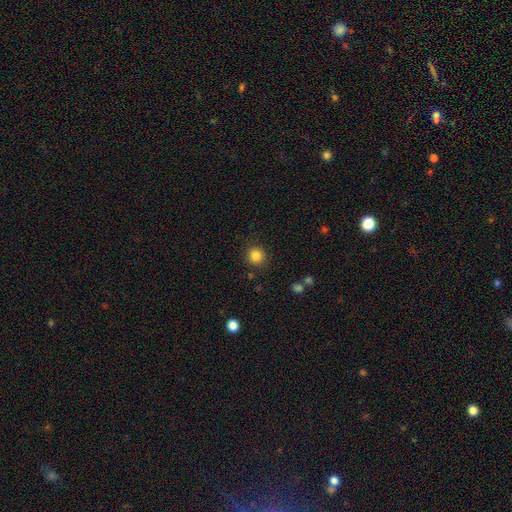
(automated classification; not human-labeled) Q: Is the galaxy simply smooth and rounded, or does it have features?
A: smooth — 84%.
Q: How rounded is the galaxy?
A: round — 94%.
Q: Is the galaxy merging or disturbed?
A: none — 90%.